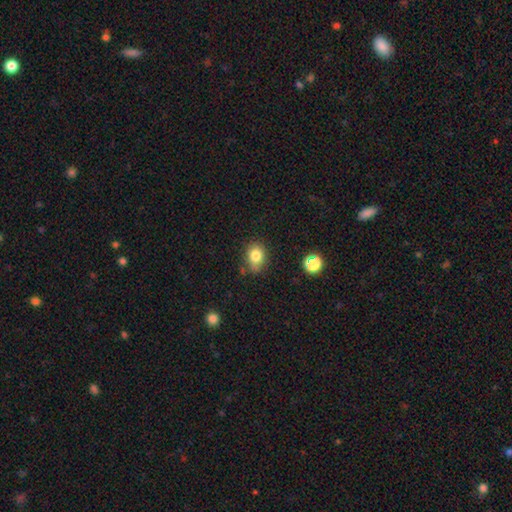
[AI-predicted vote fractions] smooth-or-featured: smooth: 80% | star or artifact: 11% | featured or disk: 8%
  how-rounded: in between: 52% | round: 46% | cigar-shaped: 1%
  merging: none: 71% | minor disturbance: 20% | merger: 4% | major disturbance: 4%